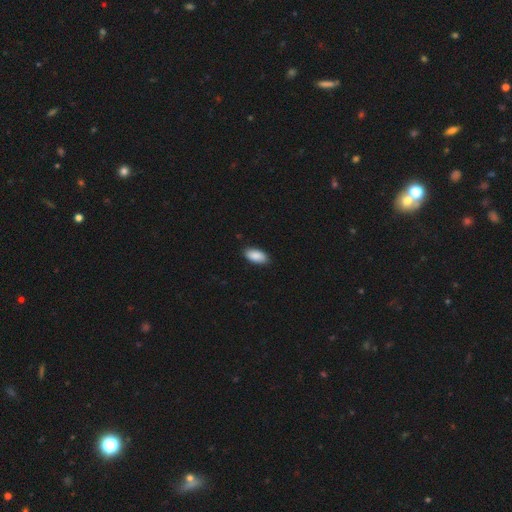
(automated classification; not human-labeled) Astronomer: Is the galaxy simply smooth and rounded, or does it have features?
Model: smooth — 90%.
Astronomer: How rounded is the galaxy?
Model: in between — 92%.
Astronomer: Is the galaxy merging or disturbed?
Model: none — 87%.